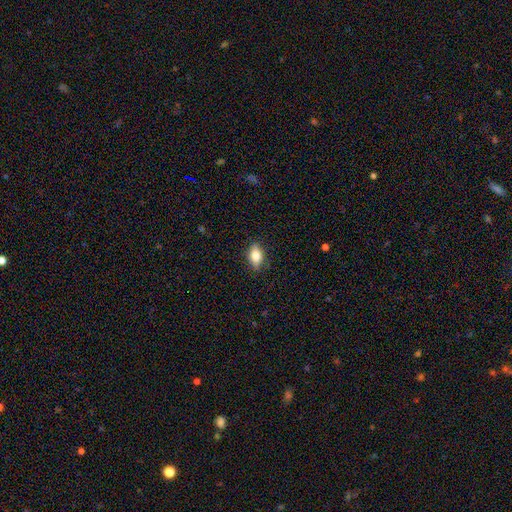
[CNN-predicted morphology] Smooth or featured: smooth — 72% (featured or disk — 20%)
How rounded: in between — 82% (round — 10%)
Merging: none — 84% (minor disturbance — 13%)